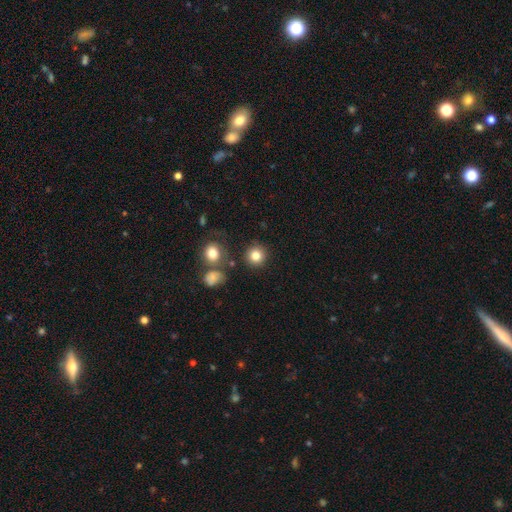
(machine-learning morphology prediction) A smooth galaxy with no disk features (82%) that is round (93%).

Vote fractions:
- Smooth or featured? smooth: 82% / star or artifact: 11% / featured or disk: 6%
- How rounded? round: 93% / in between: 6% / cigar-shaped: 1%
- Merging? none: 85% / minor disturbance: 7% / merger: 5% / major disturbance: 3%